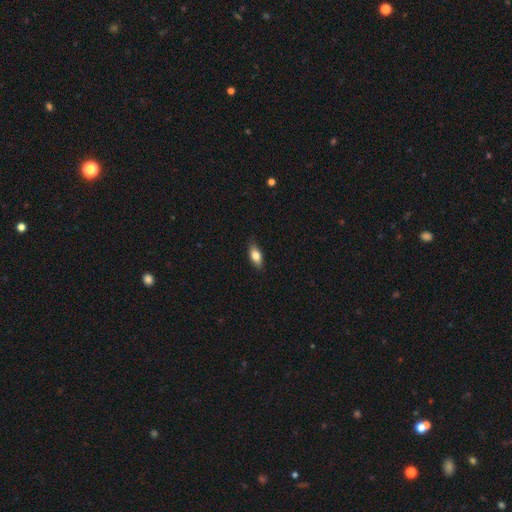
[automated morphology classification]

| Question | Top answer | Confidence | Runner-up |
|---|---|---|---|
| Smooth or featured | smooth | 76% | featured or disk (16%) |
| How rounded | in between | 84% | cigar-shaped (12%) |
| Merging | none | 83% | minor disturbance (14%) |